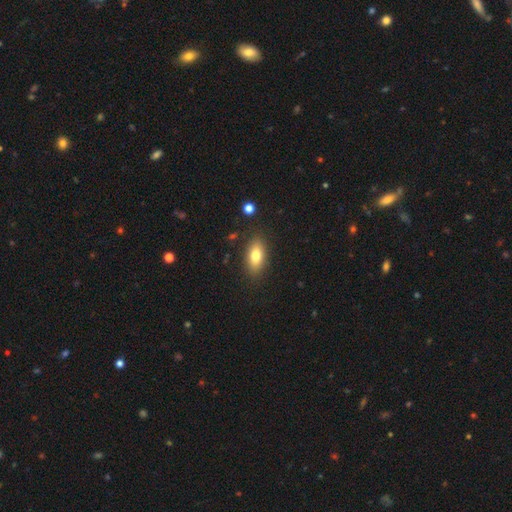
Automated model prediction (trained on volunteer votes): Overall: smooth (78%). How rounded: in between (87%). Merging: none (85%).